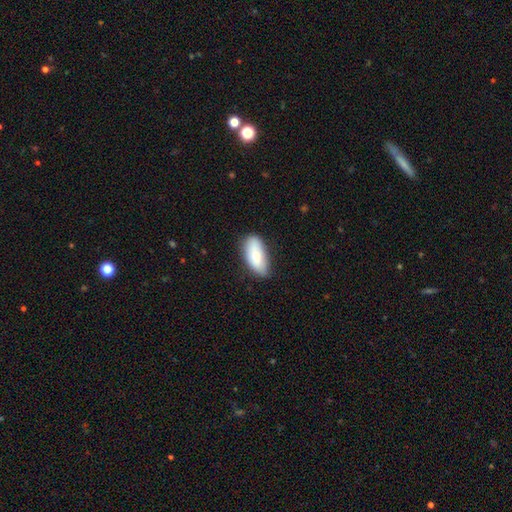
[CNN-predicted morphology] Smooth or featured? smooth (78%)
How rounded? in between (90%)
Merging? none (71%)